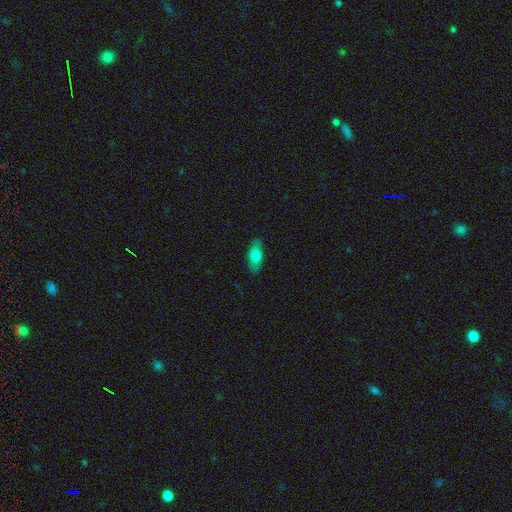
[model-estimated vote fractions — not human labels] A smooth galaxy with no disk features (73%) that is in between round and cigar-shaped (80%). Merging: none (86%).